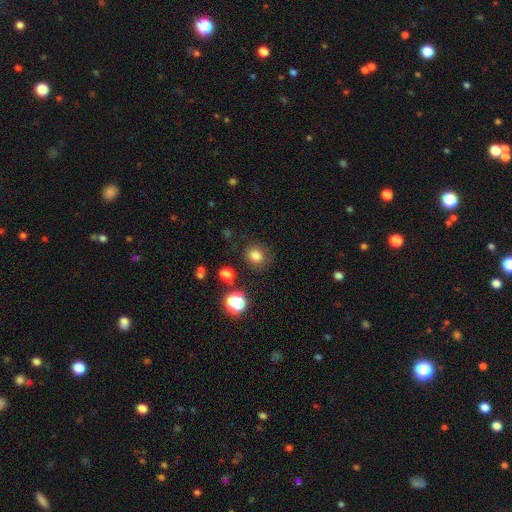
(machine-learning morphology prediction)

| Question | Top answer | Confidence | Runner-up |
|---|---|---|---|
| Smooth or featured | smooth | 80% | star or artifact (14%) |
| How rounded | round | 84% | in between (15%) |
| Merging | none | 85% | minor disturbance (9%) |